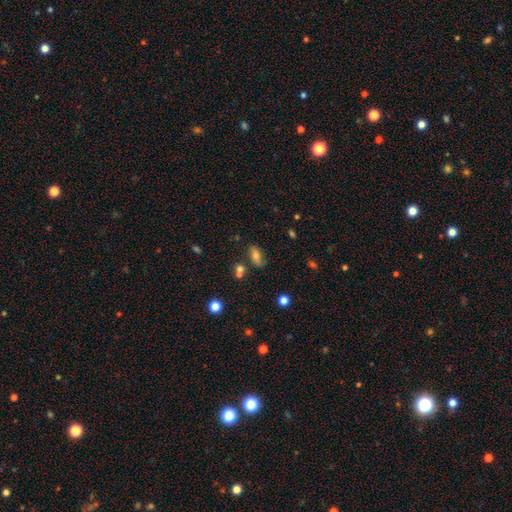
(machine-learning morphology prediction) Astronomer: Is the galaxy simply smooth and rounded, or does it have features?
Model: smooth — 69%.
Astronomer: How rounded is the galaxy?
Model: in between — 84%.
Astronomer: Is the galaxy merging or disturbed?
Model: none — 66%.